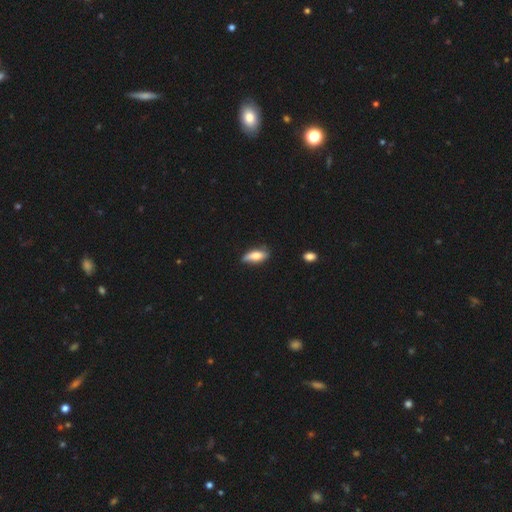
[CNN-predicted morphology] Q: Smooth or featured?
A: smooth (71%); runner-up: featured or disk (23%)
Q: How rounded?
A: in between (69%); runner-up: cigar-shaped (28%)
Q: Merging?
A: none (69%); runner-up: minor disturbance (25%)